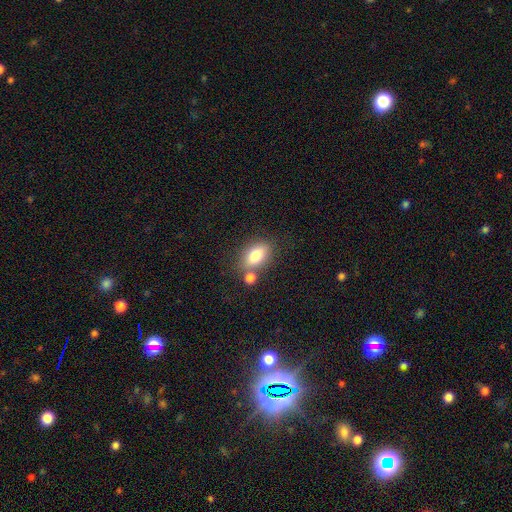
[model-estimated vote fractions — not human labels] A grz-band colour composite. It shows a smooth galaxy with no disk features (79%) that is in between round and cigar-shaped (86%). Merging: none (61%).